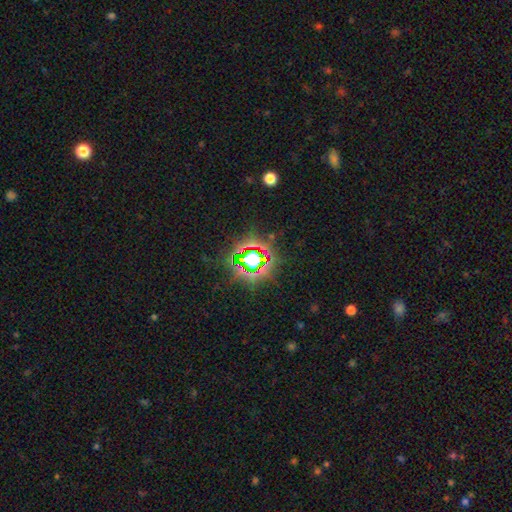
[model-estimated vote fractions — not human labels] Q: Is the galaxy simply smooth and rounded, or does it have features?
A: star or artifact — 77%.